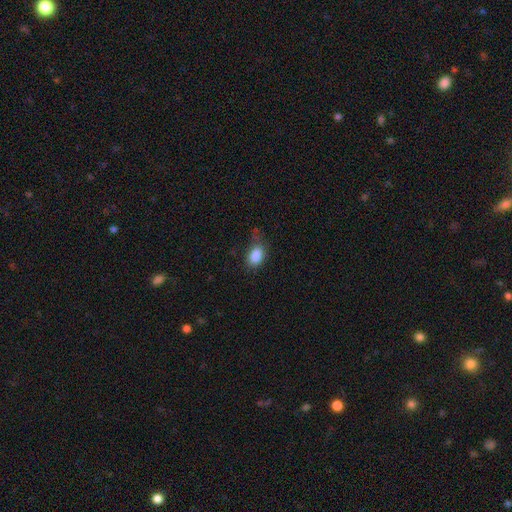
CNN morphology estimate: Overall: smooth (86%). How rounded: in between (83%). Merging: none (60%; minor disturbance 28%).